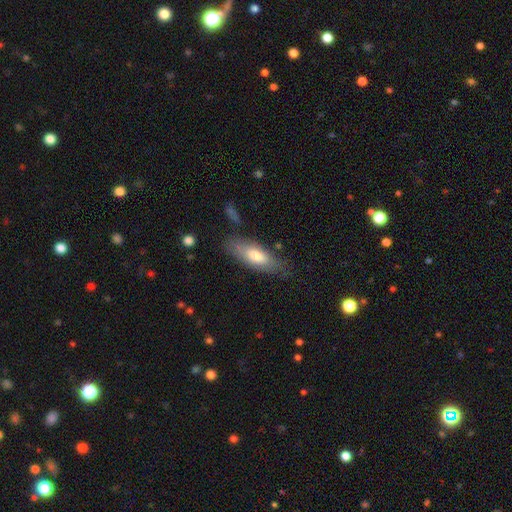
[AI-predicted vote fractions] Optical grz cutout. It shows a smooth galaxy with no disk features (68%) that is in between round and cigar-shaped (65%). Merging: none (75%).